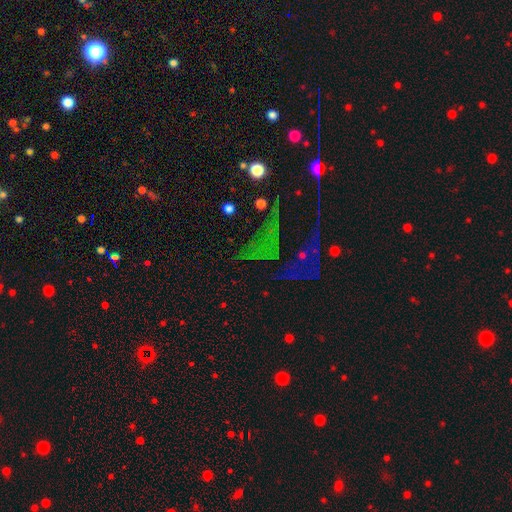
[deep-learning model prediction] This is likely a star or artifact rather than a galaxy (66%).